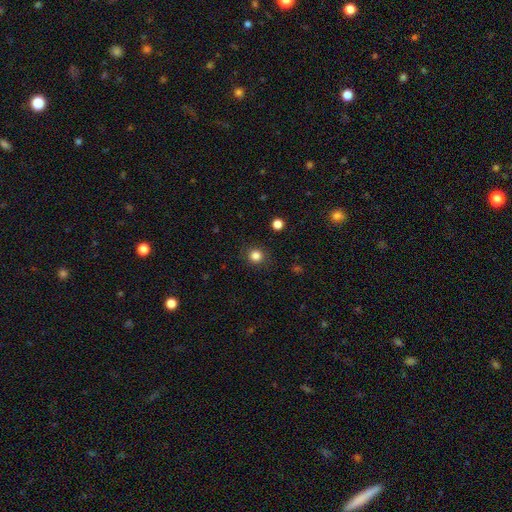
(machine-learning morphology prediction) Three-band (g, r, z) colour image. It shows a smooth galaxy with no disk features (84%) that is round (91%). Merging: none (88%).